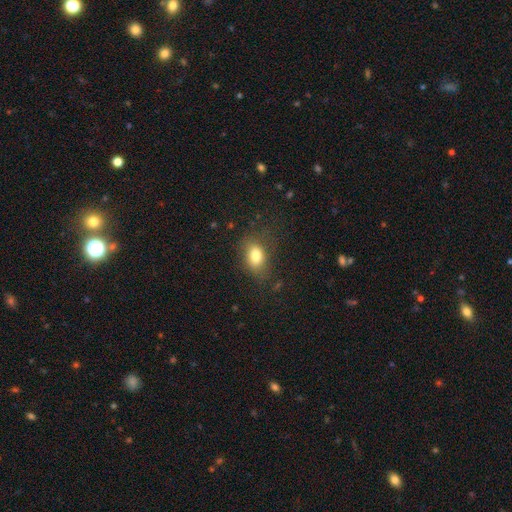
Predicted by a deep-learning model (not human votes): smooth_or_featured: smooth (p=0.81) [alt: star or artifact p=0.10]
how_rounded: in between (p=0.82) [alt: round p=0.16]
merging: none (p=0.70) [alt: minor disturbance p=0.19]